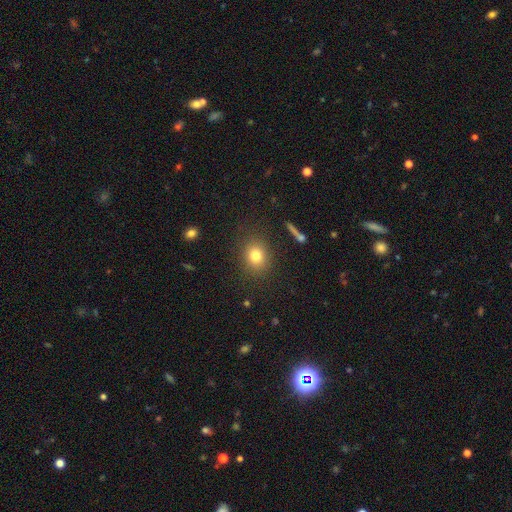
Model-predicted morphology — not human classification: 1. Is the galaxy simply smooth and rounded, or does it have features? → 79% smooth, 12% star or artifact, 9% featured or disk.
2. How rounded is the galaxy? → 60% round, 39% in between, 2% cigar-shaped.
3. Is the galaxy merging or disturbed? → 85% none, 9% minor disturbance, 3% major disturbance, 2% merger.